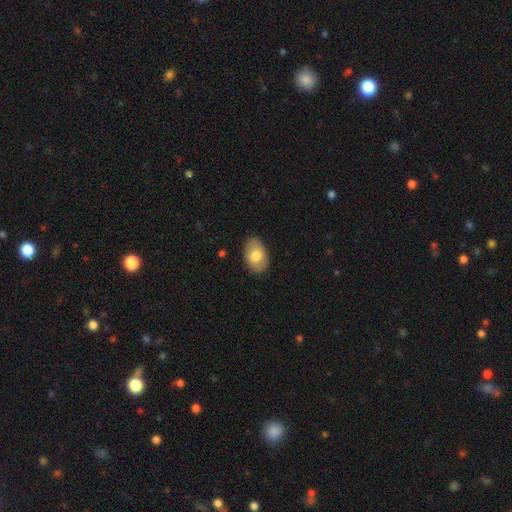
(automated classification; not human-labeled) A smooth galaxy with no disk features (75%) that is in between round and cigar-shaped (89%). Merging: none (84%).